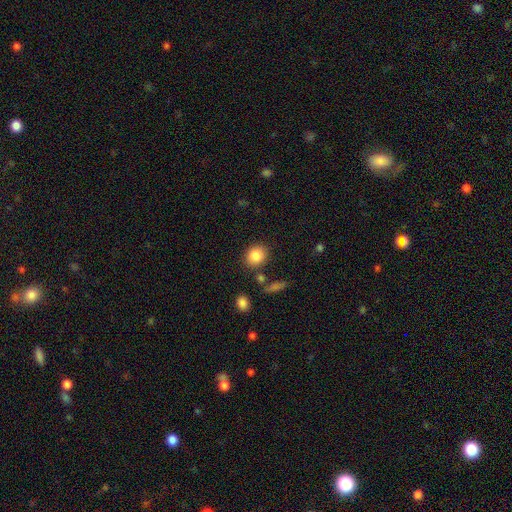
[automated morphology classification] This is clearly a smooth galaxy (85%). How rounded: likely round (66%). Merging: clearly none (81%).